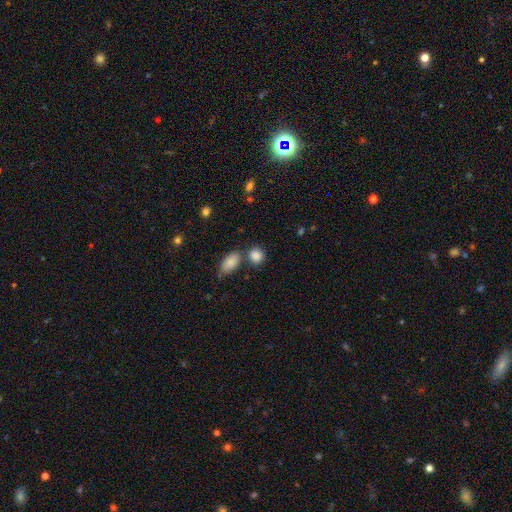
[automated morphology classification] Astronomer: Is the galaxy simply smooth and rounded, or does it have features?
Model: smooth — 87%.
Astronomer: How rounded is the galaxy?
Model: round — 60% (runner-up: in between, 38%).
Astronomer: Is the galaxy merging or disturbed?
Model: none — 63%.